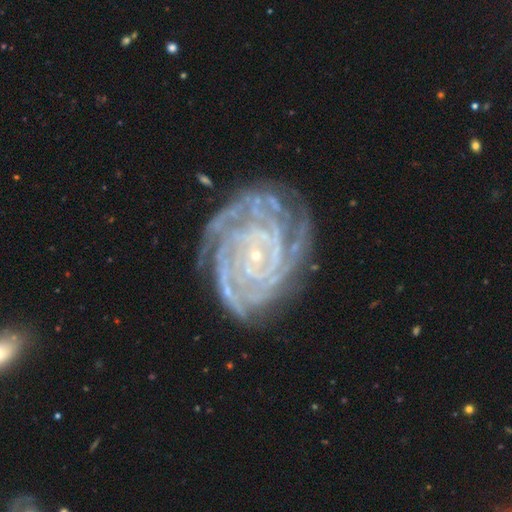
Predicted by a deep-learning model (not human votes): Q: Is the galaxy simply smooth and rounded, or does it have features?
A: featured or disk — 90%.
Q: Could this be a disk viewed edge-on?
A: no — 98%.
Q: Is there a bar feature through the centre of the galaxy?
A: no — 70%.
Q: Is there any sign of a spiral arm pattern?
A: yes — 98%.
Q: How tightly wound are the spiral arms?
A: tight — 83%.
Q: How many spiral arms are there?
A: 4 — 24%.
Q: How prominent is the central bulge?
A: small — 87%.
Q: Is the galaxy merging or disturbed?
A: none — 74%.